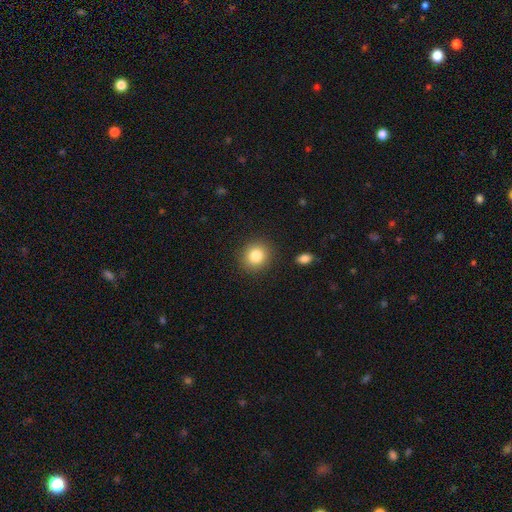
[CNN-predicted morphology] Smooth or featured? smooth (84%)
How rounded? round (84%)
Merging? none (89%)